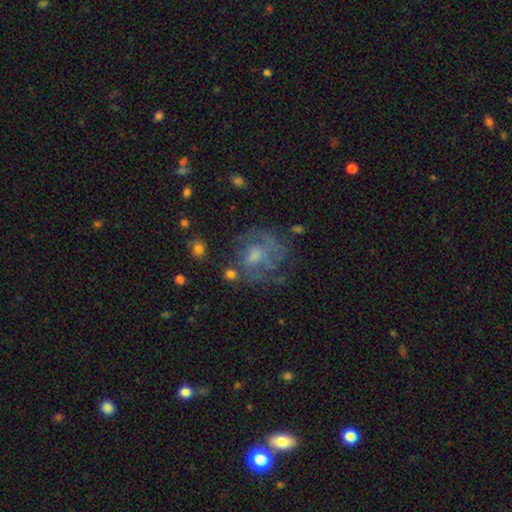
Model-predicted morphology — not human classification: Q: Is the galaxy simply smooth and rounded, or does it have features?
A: featured or disk — 56%.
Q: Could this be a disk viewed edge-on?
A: no — 97%.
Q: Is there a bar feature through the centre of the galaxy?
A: no — 61%.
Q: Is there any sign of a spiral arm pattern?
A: yes — 58%.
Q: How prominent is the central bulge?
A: moderate — 40%.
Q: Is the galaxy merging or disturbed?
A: none — 52%.